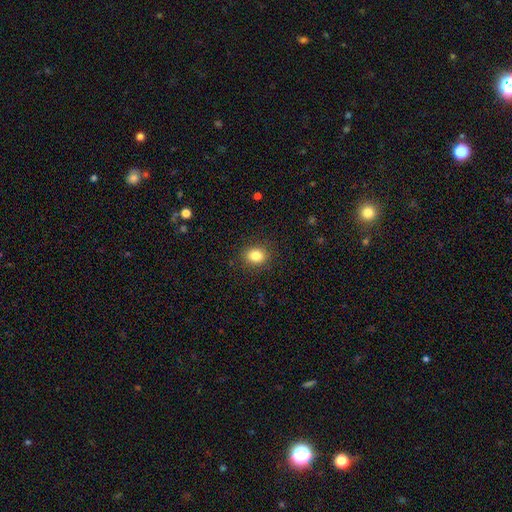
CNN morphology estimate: This is clearly a smooth galaxy (84%). How rounded: possibly round (54%). Merging: clearly none (89%).